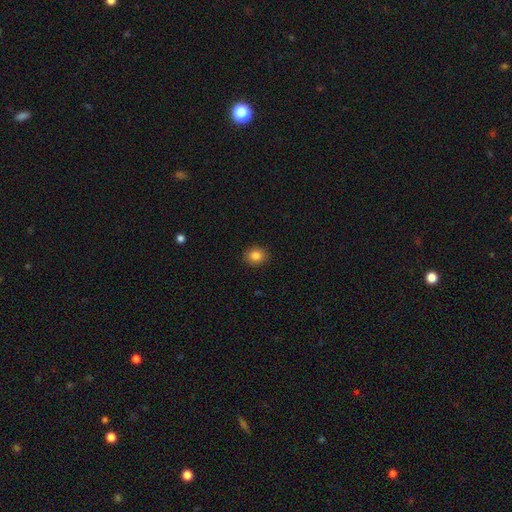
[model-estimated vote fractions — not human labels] Overall: smooth (84%). How rounded: round (67%; in between 32%). Merging: none (91%).